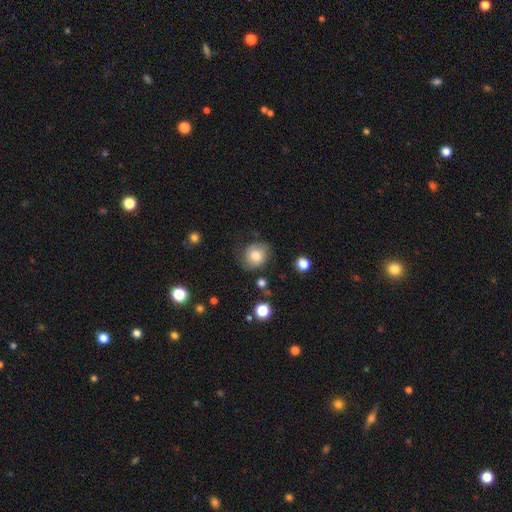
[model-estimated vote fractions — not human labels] Overall: smooth (65%; featured or disk 26%). How rounded: round (71%). Merging: none (65%).